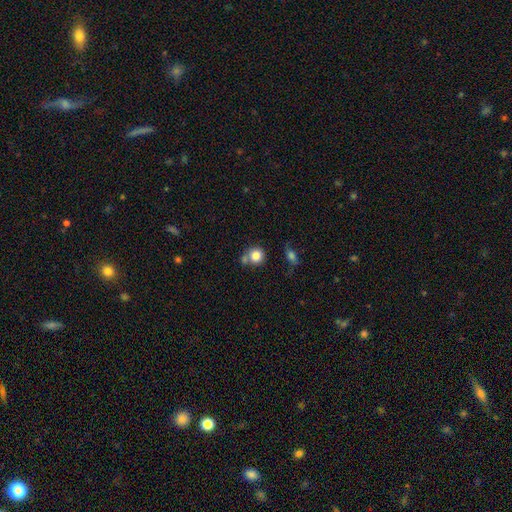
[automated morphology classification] smooth-or-featured: smooth: 82% | star or artifact: 10% | featured or disk: 9%
  how-rounded: round: 86% | in between: 13% | cigar-shaped: 1%
  merging: none: 53% | merger: 25% | minor disturbance: 16% | major disturbance: 7%